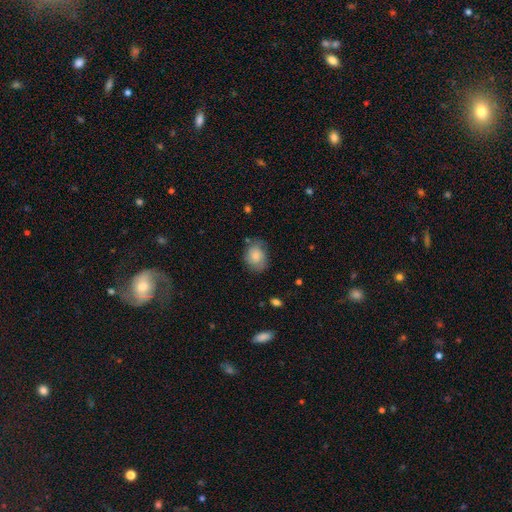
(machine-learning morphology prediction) smooth 74%, featured or disk 18%, star or artifact 8%. Down the decision tree: how rounded — in between (53%); merging — none (67%).